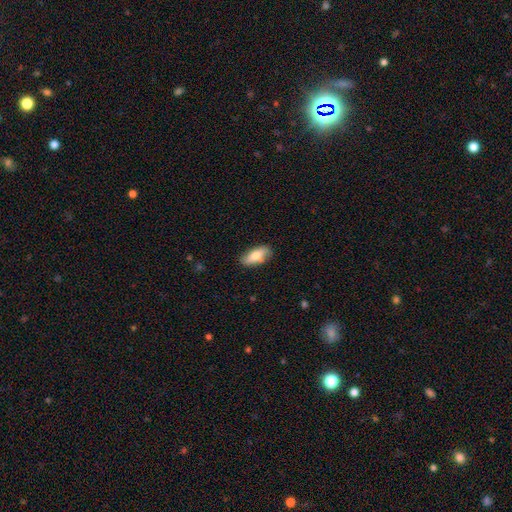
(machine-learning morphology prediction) smooth-or-featured: smooth: 70% | featured or disk: 23% | star or artifact: 6%
  how-rounded: in between: 82% | cigar-shaped: 15% | round: 3%
  merging: none: 80% | minor disturbance: 16% | major disturbance: 3% | merger: 1%